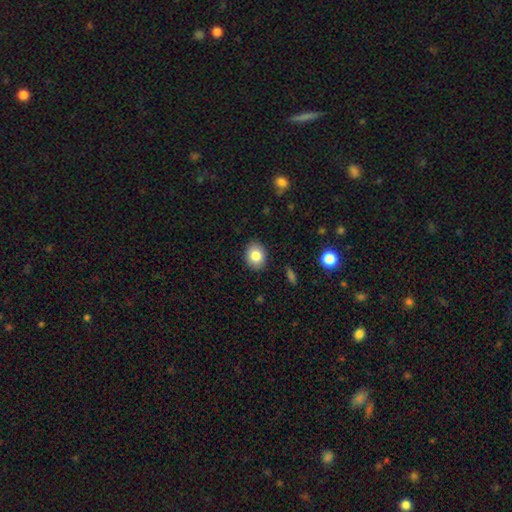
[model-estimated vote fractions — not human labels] This appears to be a smooth galaxy with no disk features (83%) that is in between round and cigar-shaped (54%). Merging: none (89%).